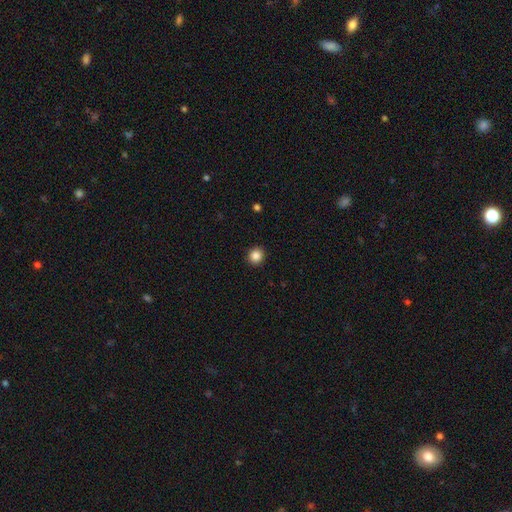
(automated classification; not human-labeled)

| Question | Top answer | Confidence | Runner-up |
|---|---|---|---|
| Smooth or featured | smooth | 86% | star or artifact (10%) |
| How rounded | round | 90% | in between (9%) |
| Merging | none | 92% | minor disturbance (5%) |